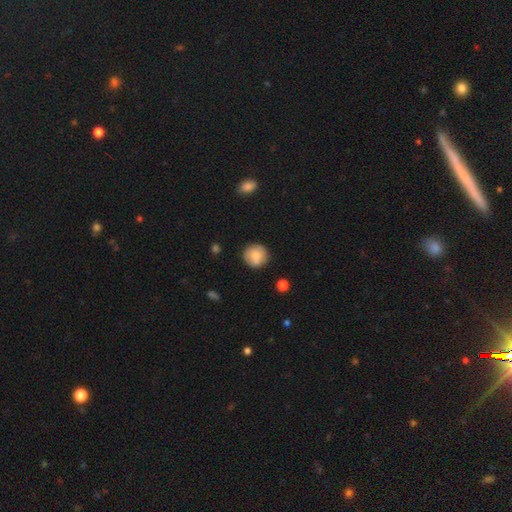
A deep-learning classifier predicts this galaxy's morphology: smooth-or-featured: smooth: 79% | featured or disk: 14% | star or artifact: 8%
  how-rounded: round: 93% | in between: 6% | cigar-shaped: 1%
  merging: none: 80% | minor disturbance: 13% | merger: 4% | major disturbance: 3%